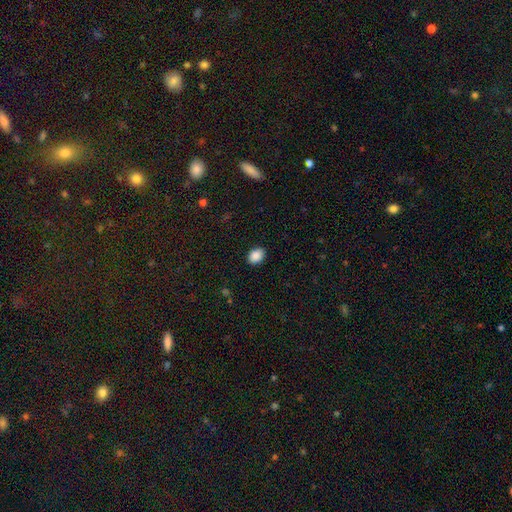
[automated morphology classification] A smooth galaxy with no disk features (89%) that is in between round and cigar-shaped (69%). Merging: none (89%).